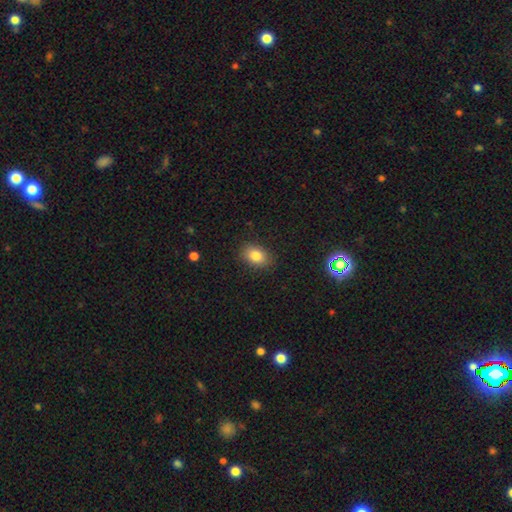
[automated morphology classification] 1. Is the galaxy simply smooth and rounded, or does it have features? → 83% smooth, 10% star or artifact, 8% featured or disk.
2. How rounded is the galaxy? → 77% in between, 22% round, 1% cigar-shaped.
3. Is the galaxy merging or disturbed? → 87% none, 10% minor disturbance, 3% major disturbance, 1% merger.